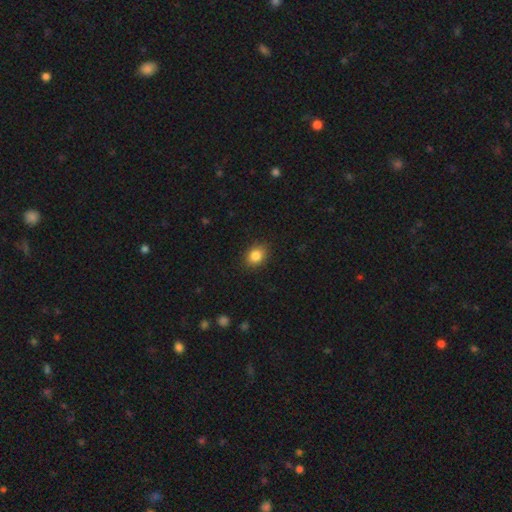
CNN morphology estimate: The model was most divided on "how rounded": in between: 56%, round: 43%, cigar-shaped: 1%. More confident: merging — none (87%); smooth or featured — smooth (85%).